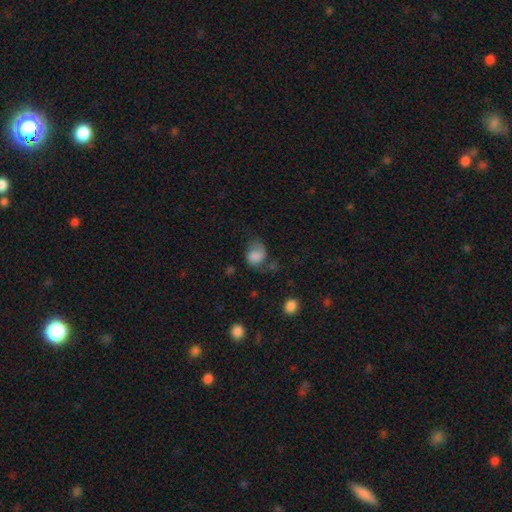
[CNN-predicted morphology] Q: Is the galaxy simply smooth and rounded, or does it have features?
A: smooth — 69%.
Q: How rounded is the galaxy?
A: round — 50%.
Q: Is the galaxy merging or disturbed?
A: none — 37%.